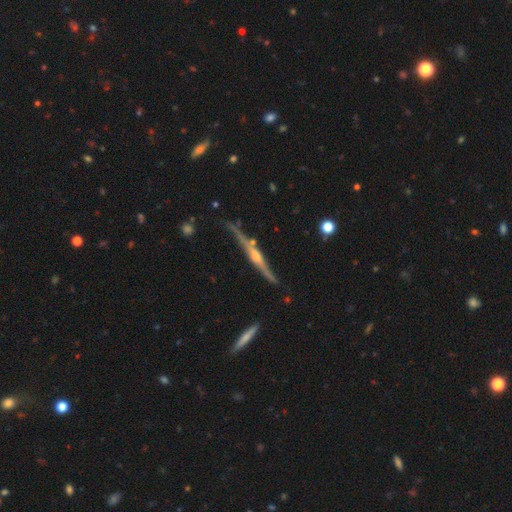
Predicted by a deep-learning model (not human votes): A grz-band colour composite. It shows a featured or disk galaxy (78%) viewed edge-on (96%) with a rounded central bulge (68%). Merging: none (73%).